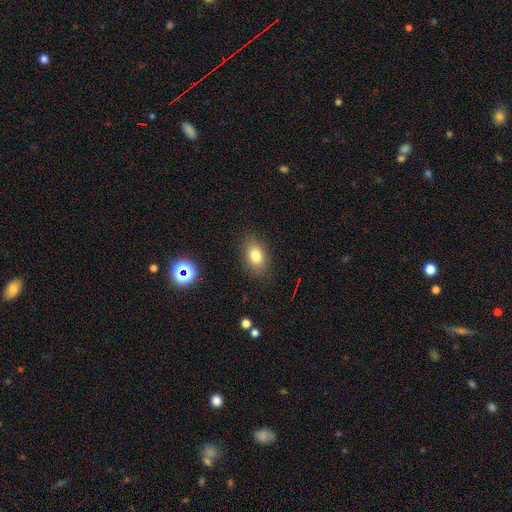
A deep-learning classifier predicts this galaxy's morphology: The model was most divided on "smooth or featured": smooth: 79%, star or artifact: 11%, featured or disk: 10%. More confident: merging — none (85%); how rounded — in between (84%).